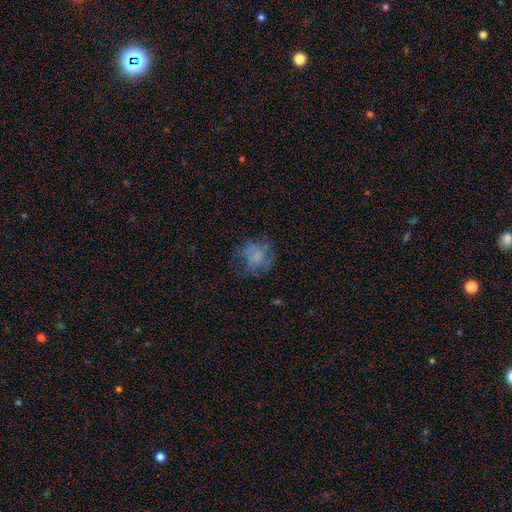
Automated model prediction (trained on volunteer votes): This is possibly a smooth galaxy (49%). Merging: possibly none (53%).